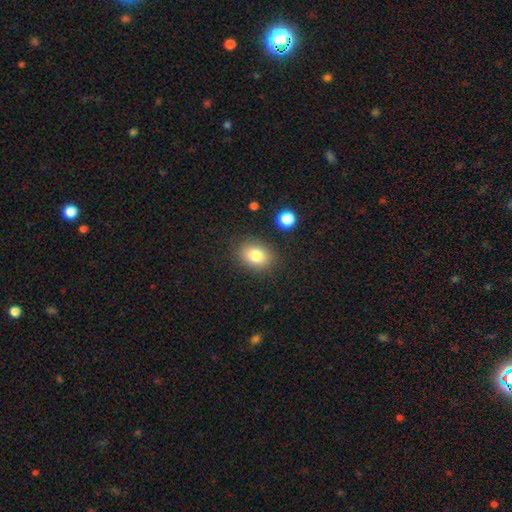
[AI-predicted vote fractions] Smooth or featured? Predicted: smooth (p=0.81). How rounded? Predicted: in between (p=0.65). Merging? Predicted: none (p=0.85).